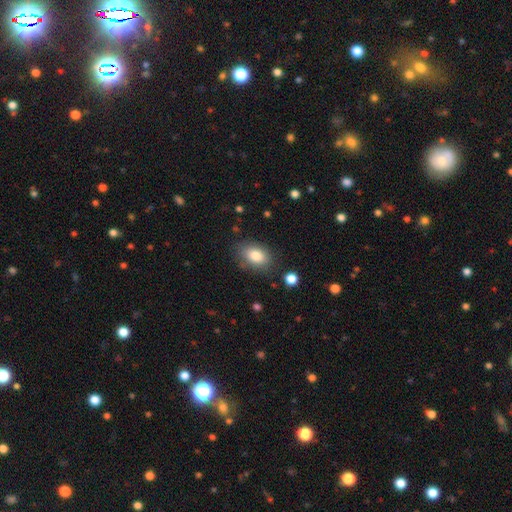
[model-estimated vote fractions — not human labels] This is clearly a smooth galaxy (83%). How rounded: clearly in between (85%). Merging: likely none (80%).